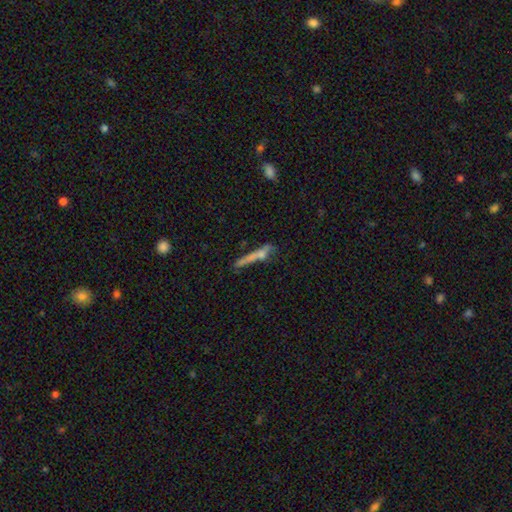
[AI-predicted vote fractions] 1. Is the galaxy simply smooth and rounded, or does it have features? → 46% smooth, 42% featured or disk, 11% star or artifact.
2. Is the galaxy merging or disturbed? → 53% none, 19% minor disturbance, 15% merger, 13% major disturbance.